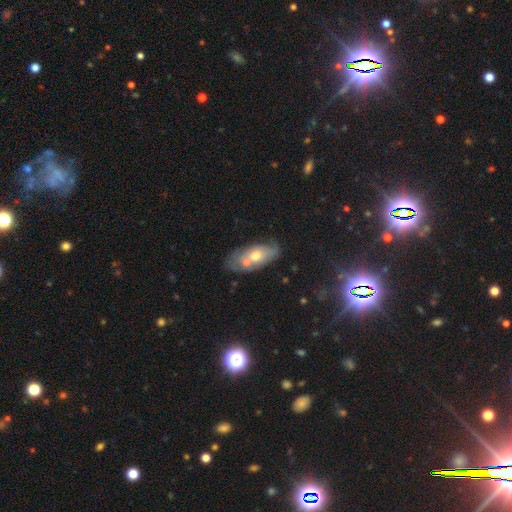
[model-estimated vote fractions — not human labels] Overall: smooth (55%; featured or disk 38%). How rounded: in between (87%). Merging: none (44%; merger 29%).